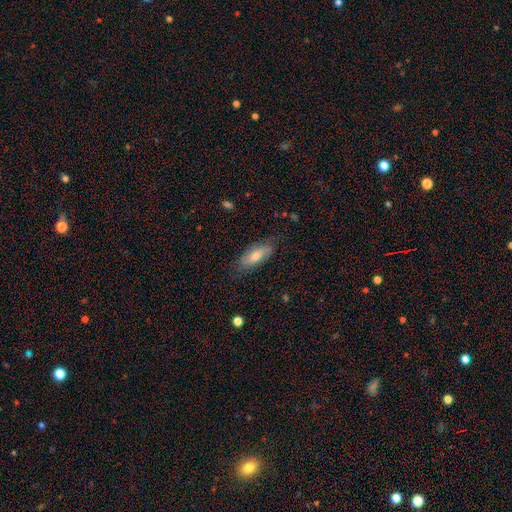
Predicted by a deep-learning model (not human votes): Smooth or featured? smooth (58%)
How rounded? in between (72%)
Merging? none (76%)